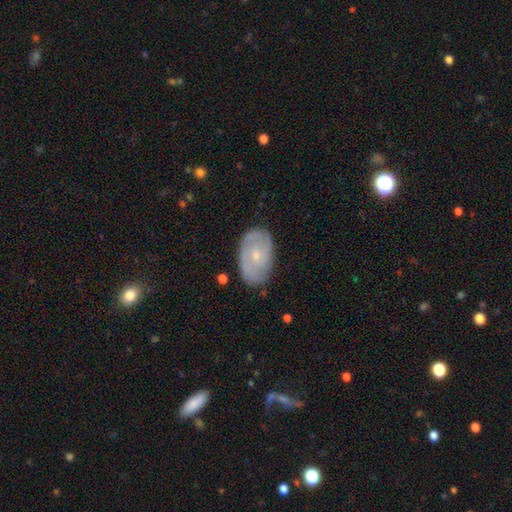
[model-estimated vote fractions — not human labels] This appears to be a featured or disk galaxy (63%) with no bar (76%), spiral arms (73%) and a small central bulge (69%). Merging: none (77%).